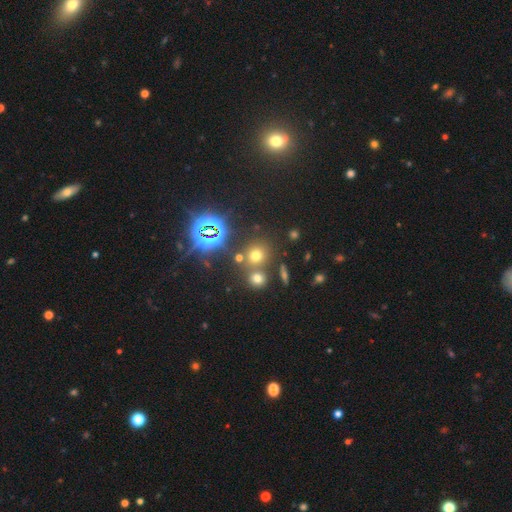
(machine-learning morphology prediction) The model was most divided on "smooth or featured": smooth: 58%, star or artifact: 32%, featured or disk: 10%. More confident: how rounded — round (83%); merging — none (69%).